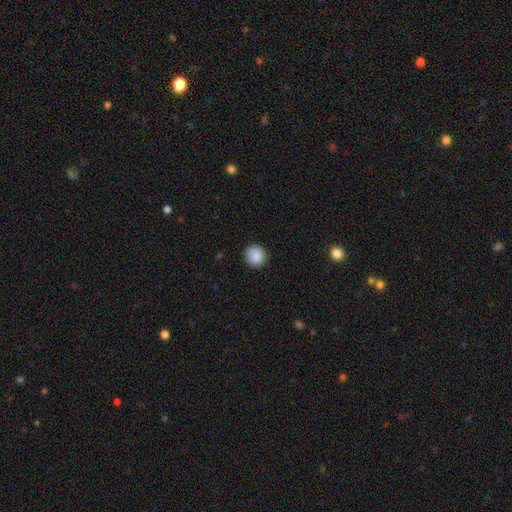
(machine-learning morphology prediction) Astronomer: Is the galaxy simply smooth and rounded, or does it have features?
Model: smooth — 88%.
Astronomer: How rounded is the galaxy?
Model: round — 91%.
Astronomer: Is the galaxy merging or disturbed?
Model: none — 89%.